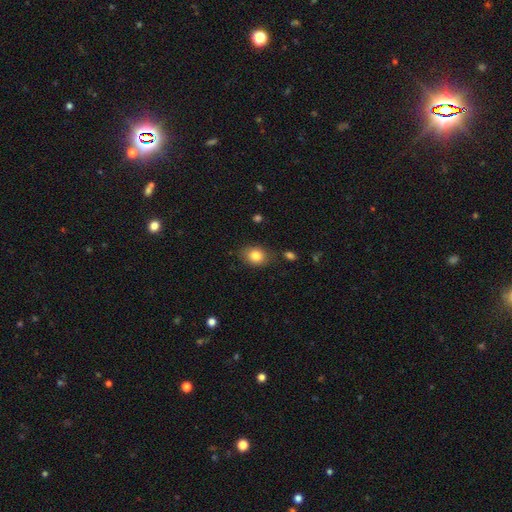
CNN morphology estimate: smooth 83%, star or artifact 9%, featured or disk 8%. Down the decision tree: how rounded — in between (61%); merging — none (79%).